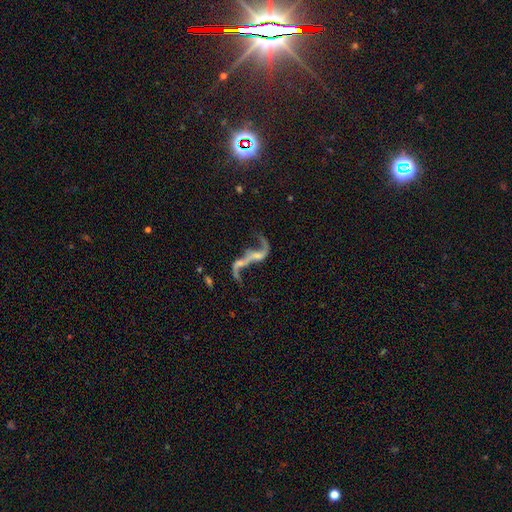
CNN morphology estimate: This is clearly a featured or disk galaxy (83%). It is clearly not viewed edge-on (93%). Bar: marginally no (42%). Spiral arm pattern: clearly yes (86%). Spiral arm count: clearly 2 (89%). Spiral winding: clearly loose (94%). Central bulge: marginally none (41%). Merging: marginally none (41%).